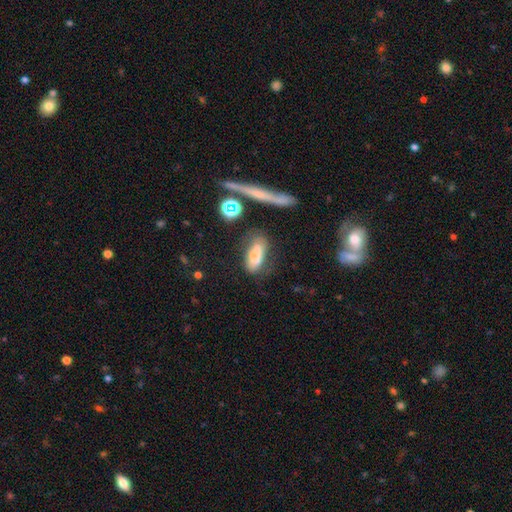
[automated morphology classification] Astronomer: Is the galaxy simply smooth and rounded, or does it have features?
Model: smooth — 70%.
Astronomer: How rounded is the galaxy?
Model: in between — 73%.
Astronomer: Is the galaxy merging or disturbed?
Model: none — 47% (runner-up: minor disturbance, 26%).